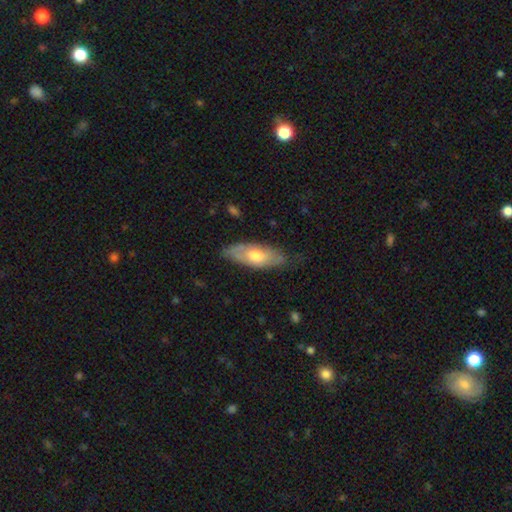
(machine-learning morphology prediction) Smooth or featured? smooth (57%)
How rounded? in between (76%)
Merging? none (71%)